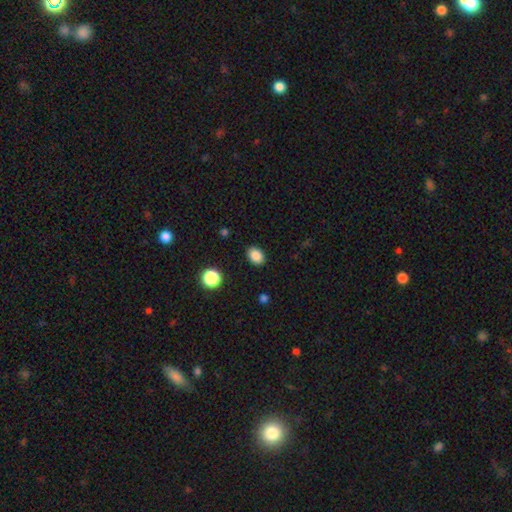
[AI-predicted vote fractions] Smooth or featured: smooth — 87% (star or artifact — 10%)
How rounded: in between — 72% (round — 27%)
Merging: none — 88% (minor disturbance — 8%)